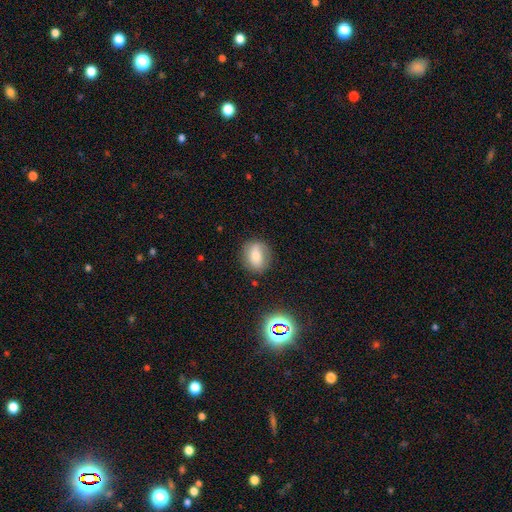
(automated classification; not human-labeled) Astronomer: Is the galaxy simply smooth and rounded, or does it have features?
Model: smooth — 66%.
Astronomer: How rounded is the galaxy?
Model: round — 51% (runner-up: in between, 47%).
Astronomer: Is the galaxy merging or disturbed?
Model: none — 78%.